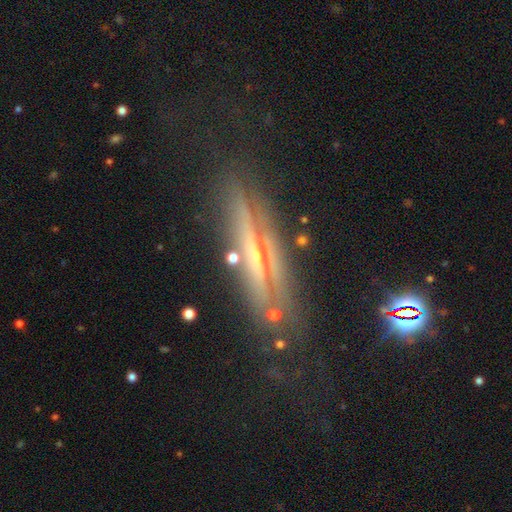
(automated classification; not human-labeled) smooth-or-featured: featured or disk: 72% | smooth: 16% | star or artifact: 12%
  disk-edge-on: yes: 90% | no: 10%
    edge-on-bulge: rounded: 56% | none: 35% | boxy: 10%
  merging: none: 73% | minor disturbance: 17% | major disturbance: 7% | merger: 3%